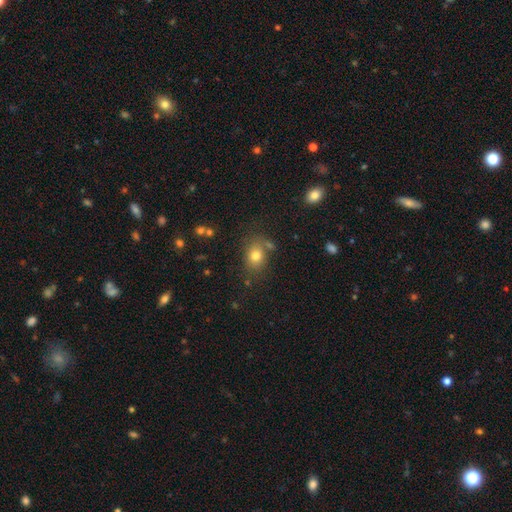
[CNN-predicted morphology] Overall: smooth (76%). How rounded: in between (58%; round 41%). Merging: none (71%).